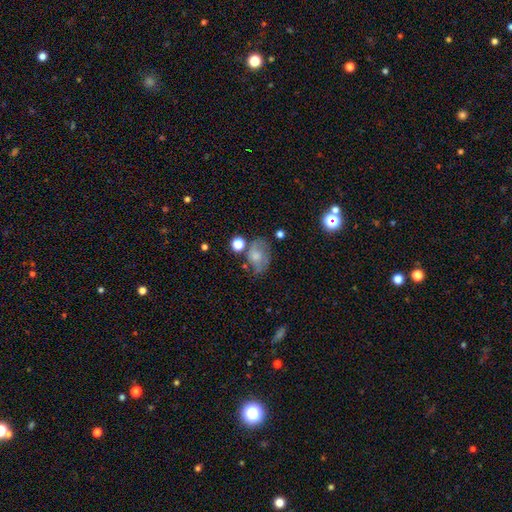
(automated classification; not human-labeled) This appears to be a featured or disk galaxy (41%). Merging: none (62%).